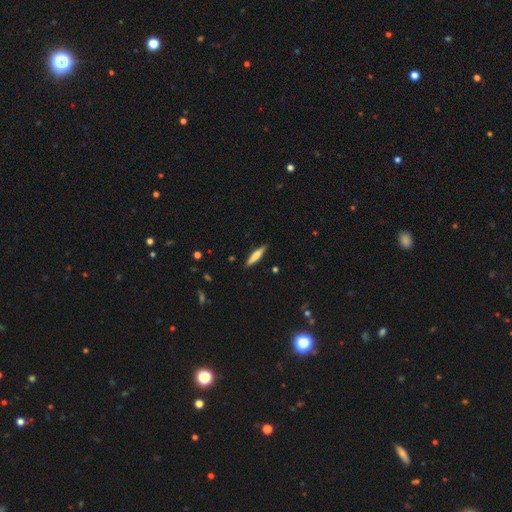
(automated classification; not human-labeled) Smooth or featured?
  - smooth: 72% *
  - featured or disk: 22%
  - star or artifact: 6%
How rounded?
  - cigar-shaped: 86% *
  - in between: 12%
  - round: 1%
Merging?
  - none: 88% *
  - minor disturbance: 9%
  - major disturbance: 2%
  - merger: 1%